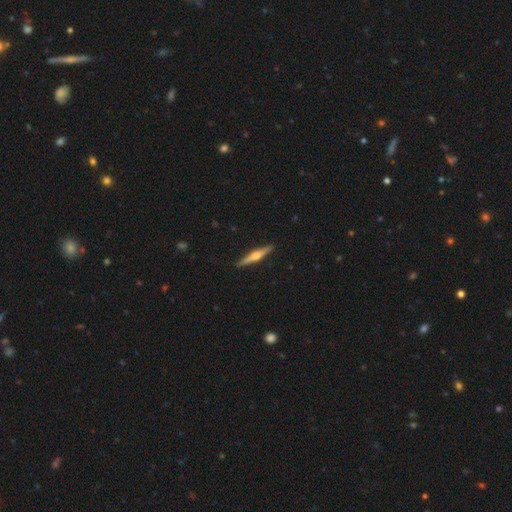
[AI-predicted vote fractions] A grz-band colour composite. It shows a featured or disk galaxy (70%) viewed edge-on (98%) with a rounded central bulge (92%). Merging: none (91%).